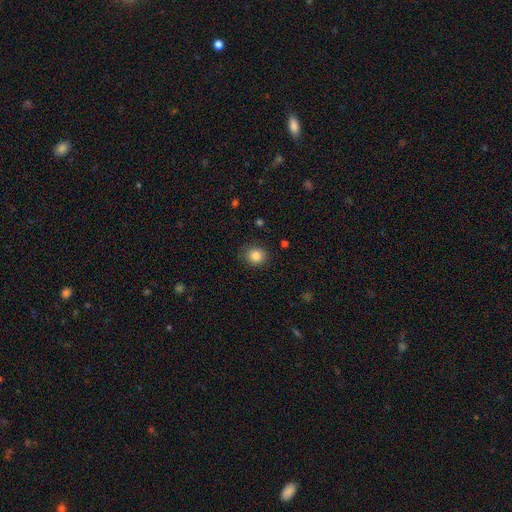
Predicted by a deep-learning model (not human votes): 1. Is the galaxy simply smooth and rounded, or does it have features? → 85% smooth, 10% star or artifact, 5% featured or disk.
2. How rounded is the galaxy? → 79% round, 21% in between, 1% cigar-shaped.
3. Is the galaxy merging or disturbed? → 86% none, 11% minor disturbance, 3% major disturbance, 1% merger.